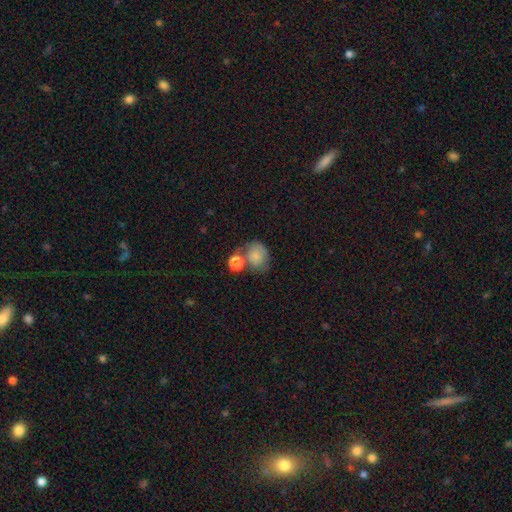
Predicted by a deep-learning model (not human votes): Smooth or featured? Predicted: smooth (p=0.77). How rounded? Predicted: round (p=0.63). Merging? Predicted: none (p=0.42).